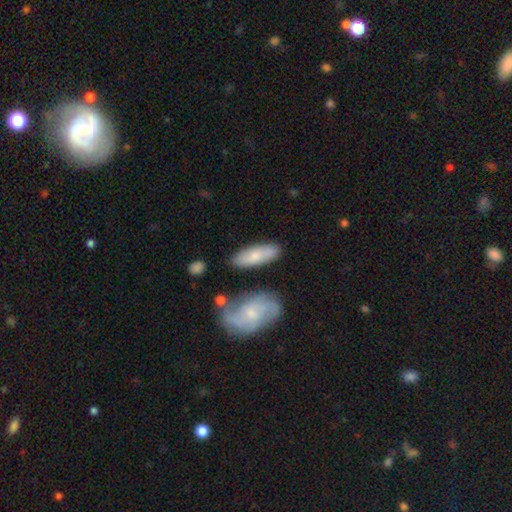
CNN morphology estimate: A smooth galaxy with no disk features (69%) that is in between round and cigar-shaped (63%).

Vote fractions:
- Smooth or featured? smooth: 69% / featured or disk: 26% / star or artifact: 6%
- How rounded? in between: 63% / cigar-shaped: 34% / round: 3%
- Merging? none: 73% / minor disturbance: 15% / merger: 8% / major disturbance: 4%